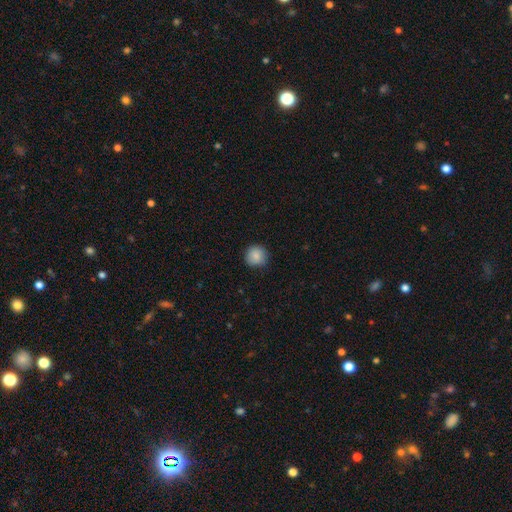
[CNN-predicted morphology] This appears to be a smooth galaxy with no disk features (87%) that is round (93%). Merging: none (87%).